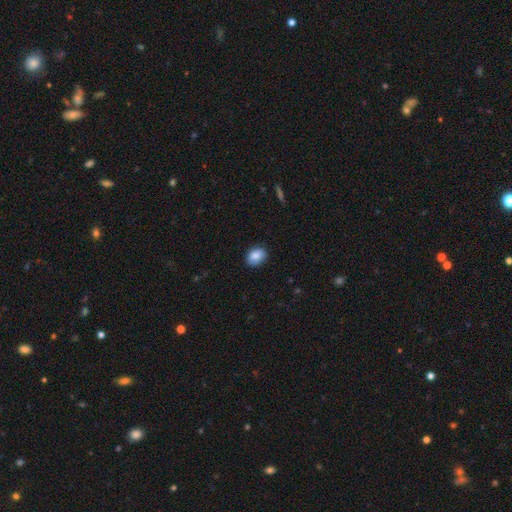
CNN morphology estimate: Smooth or featured: smooth — 84% (featured or disk — 8%)
How rounded: in between — 70% (round — 29%)
Merging: none — 84% (minor disturbance — 13%)